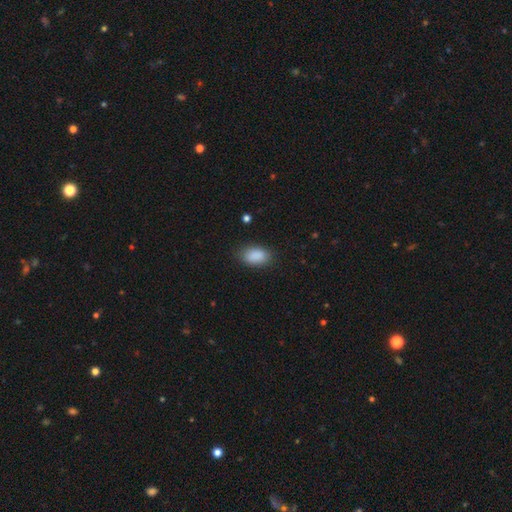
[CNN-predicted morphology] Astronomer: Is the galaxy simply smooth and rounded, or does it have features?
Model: smooth — 89%.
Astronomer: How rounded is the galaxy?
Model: in between — 91%.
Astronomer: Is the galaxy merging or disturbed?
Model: none — 85%.